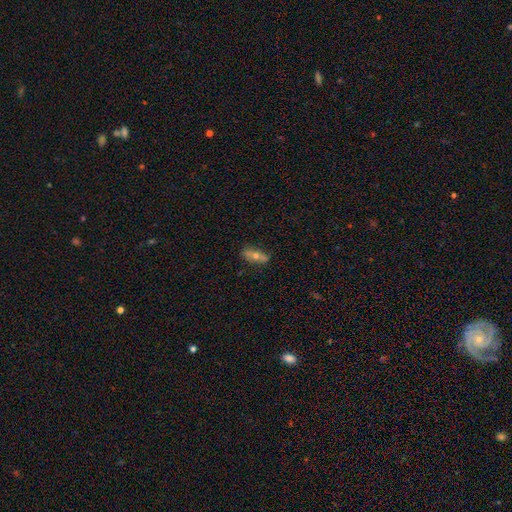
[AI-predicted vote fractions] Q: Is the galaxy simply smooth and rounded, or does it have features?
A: featured or disk — 45%.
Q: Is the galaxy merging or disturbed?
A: none — 80%.